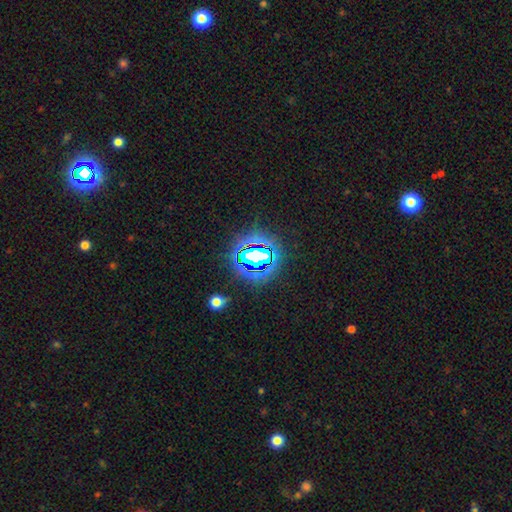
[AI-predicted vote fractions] The model was most divided on "smooth or featured": star or artifact: 72%, smooth: 16%, featured or disk: 12%.